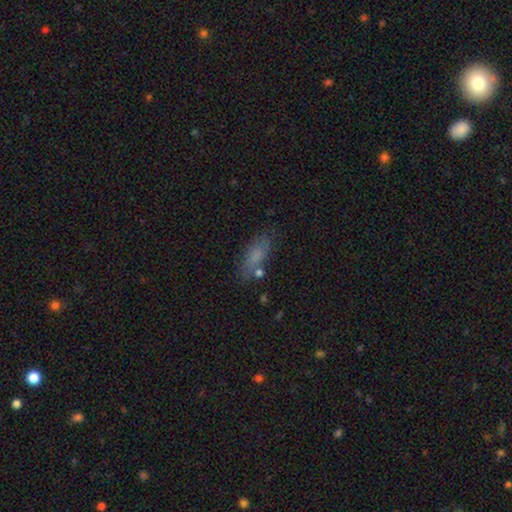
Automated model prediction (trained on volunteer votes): This is likely a smooth galaxy (73%). How rounded: likely in between (66%). Merging: likely none (70%).